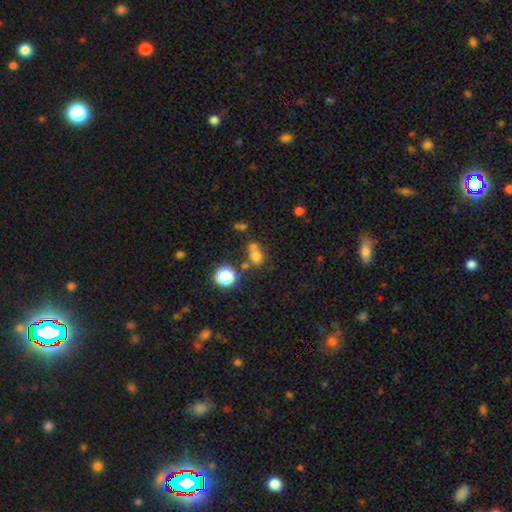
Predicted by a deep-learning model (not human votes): Smooth or featured? Predicted: smooth (p=0.67). How rounded? Predicted: round (p=0.60). Merging? Predicted: none (p=0.40).